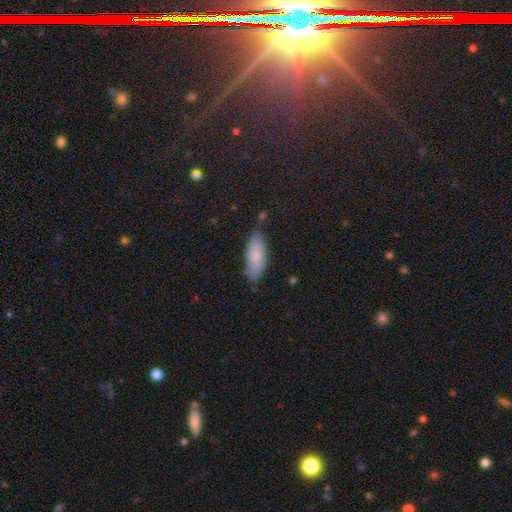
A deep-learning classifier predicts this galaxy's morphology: A smooth galaxy with no disk features (82%) that is in between round and cigar-shaped (78%).

Vote fractions:
- Smooth or featured? smooth: 82% / featured or disk: 11% / star or artifact: 7%
- How rounded? in between: 78% / cigar-shaped: 20% / round: 2%
- Merging? none: 76% / minor disturbance: 18% / major disturbance: 4% / merger: 2%